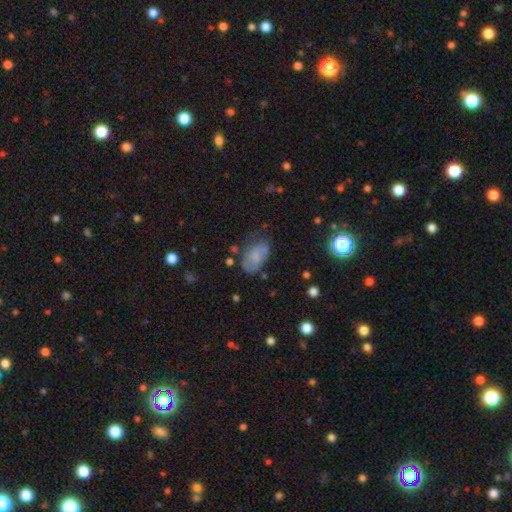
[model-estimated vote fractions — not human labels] Smooth or featured?
  - smooth: 60% *
  - featured or disk: 30%
  - star or artifact: 11%
How rounded?
  - in between: 91% *
  - round: 7%
  - cigar-shaped: 2%
Merging?
  - none: 54% *
  - minor disturbance: 30%
  - major disturbance: 13%
  - merger: 4%